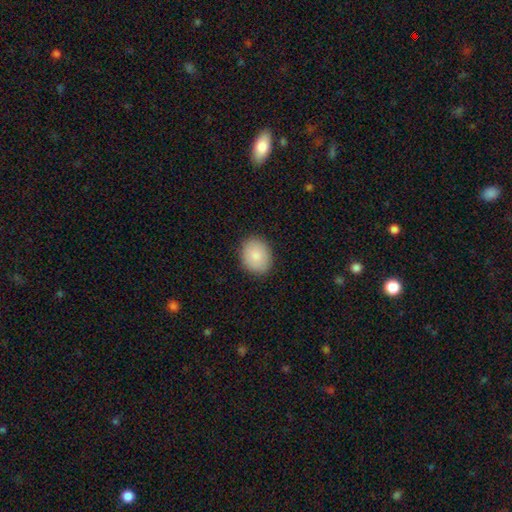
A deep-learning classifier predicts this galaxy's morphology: smooth-or-featured: smooth: 87% | star or artifact: 7% | featured or disk: 6%
  how-rounded: round: 50% (tied) | in between: 50% (tied) | cigar-shaped: 1%
  merging: none: 88% | minor disturbance: 9% | major disturbance: 2% | merger: 1%